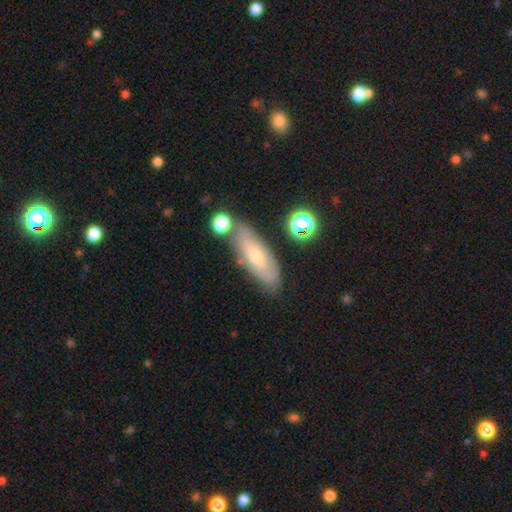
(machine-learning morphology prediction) smooth-or-featured: smooth: 46% | featured or disk: 45% | star or artifact: 8%
  merging: none: 69% | minor disturbance: 18% | merger: 8% | major disturbance: 5%